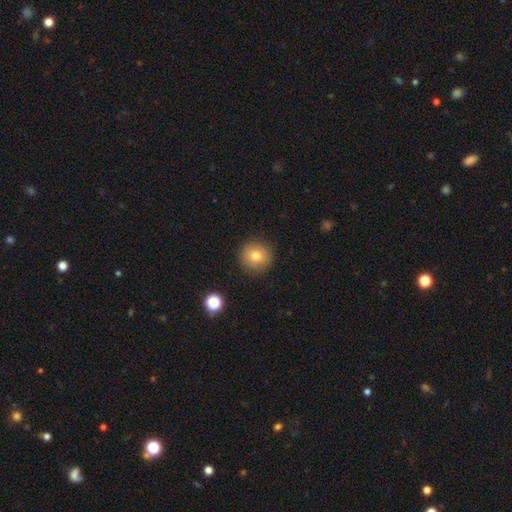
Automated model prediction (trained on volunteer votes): Smooth or featured?
  - smooth: 78% *
  - star or artifact: 11%
  - featured or disk: 10%
How rounded?
  - round: 92% *
  - in between: 7%
  - cigar-shaped: 1%
Merging?
  - none: 90% *
  - minor disturbance: 6%
  - major disturbance: 2%
  - merger: 1%